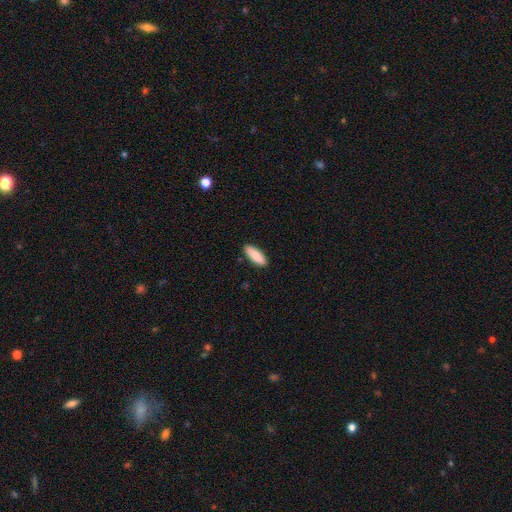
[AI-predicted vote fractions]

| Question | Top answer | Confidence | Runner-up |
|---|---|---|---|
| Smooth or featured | smooth | 87% | featured or disk (7%) |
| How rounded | in between | 61% | cigar-shaped (37%) |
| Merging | none | 89% | minor disturbance (8%) |